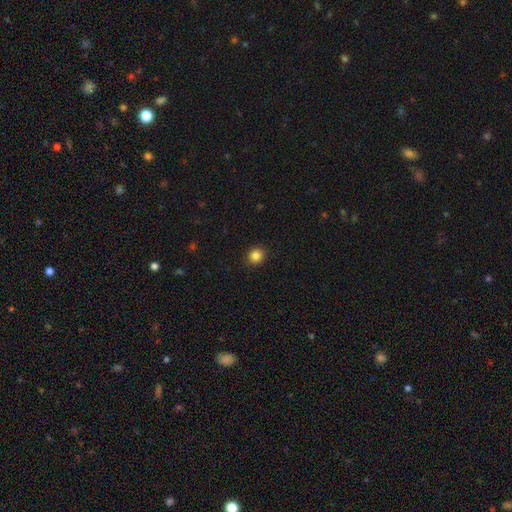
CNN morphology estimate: A smooth galaxy with no disk features (86%) that is round (86%).

Vote fractions:
- Smooth or featured? smooth: 86% / star or artifact: 11% / featured or disk: 4%
- How rounded? round: 86% / in between: 13% / cigar-shaped: 1%
- Merging? none: 91% / minor disturbance: 6% / major disturbance: 2% / merger: 1%